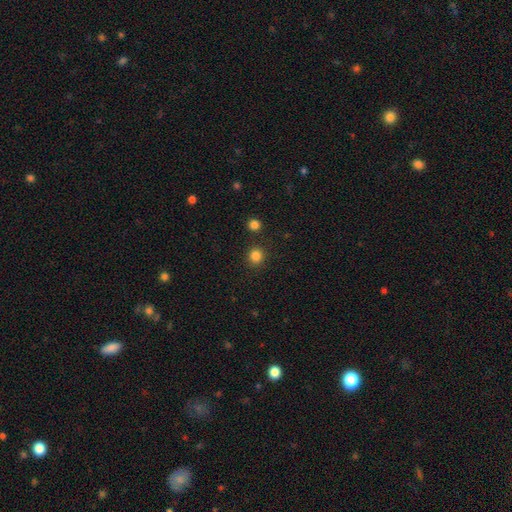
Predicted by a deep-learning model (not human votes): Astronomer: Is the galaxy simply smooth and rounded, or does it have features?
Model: smooth — 83%.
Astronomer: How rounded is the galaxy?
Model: round — 90%.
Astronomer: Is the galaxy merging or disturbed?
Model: none — 88%.